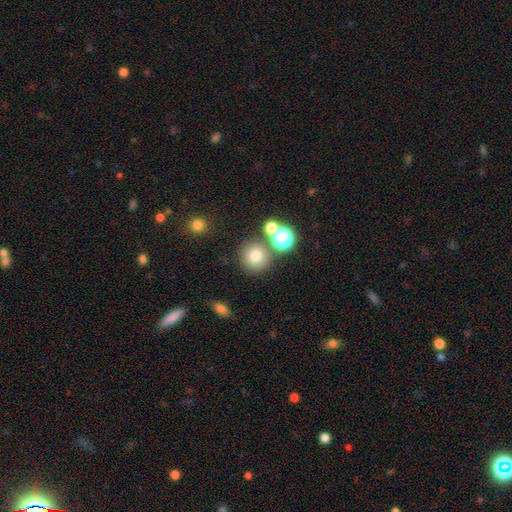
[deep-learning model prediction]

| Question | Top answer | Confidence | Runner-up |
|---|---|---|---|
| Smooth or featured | smooth | 75% | star or artifact (16%) |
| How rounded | round | 92% | in between (7%) |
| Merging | none | 75% | merger (13%) |